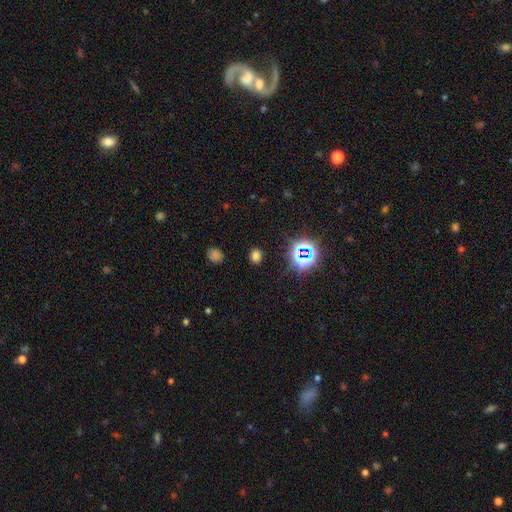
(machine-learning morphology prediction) type=smooth (66%); roundness=in between (53%); merging=none (85%).